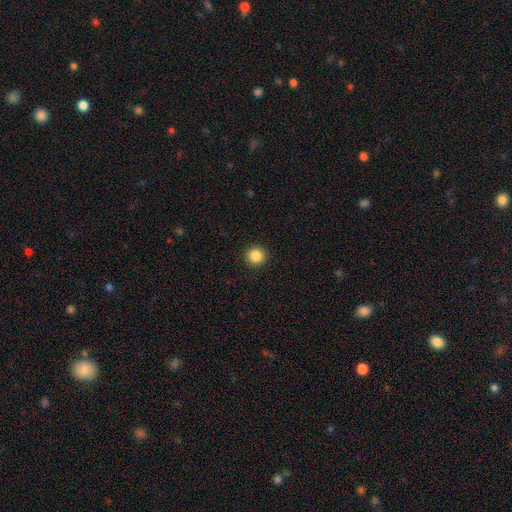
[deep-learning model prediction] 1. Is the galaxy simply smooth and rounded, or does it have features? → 87% smooth, 10% star or artifact, 3% featured or disk.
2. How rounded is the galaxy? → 95% round, 4% in between, 1% cigar-shaped.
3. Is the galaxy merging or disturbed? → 93% none, 5% minor disturbance, 2% major disturbance, 1% merger.